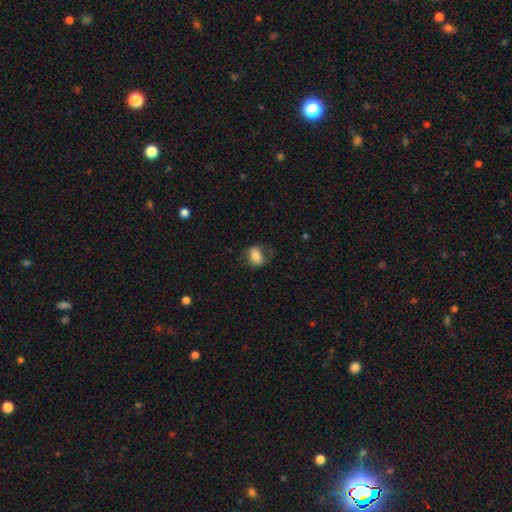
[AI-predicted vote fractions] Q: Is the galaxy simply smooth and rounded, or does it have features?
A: smooth — 73%.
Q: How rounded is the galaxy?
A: in between — 64%.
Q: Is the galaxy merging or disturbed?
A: none — 56%.